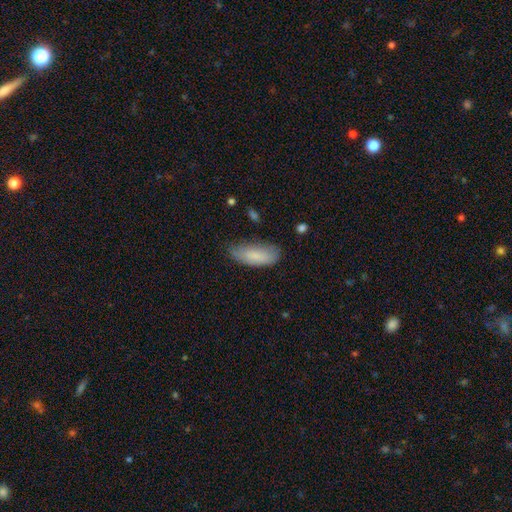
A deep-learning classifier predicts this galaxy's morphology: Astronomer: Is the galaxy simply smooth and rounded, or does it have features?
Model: smooth — 83%.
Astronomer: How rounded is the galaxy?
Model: in between — 82%.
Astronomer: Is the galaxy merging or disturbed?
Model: none — 63%.